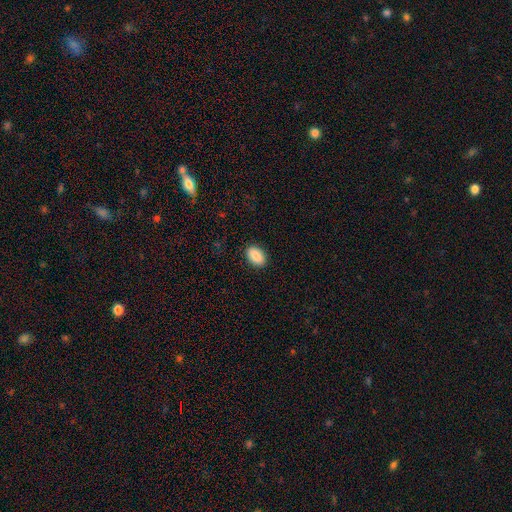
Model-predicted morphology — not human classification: type=smooth (89%); roundness=in between (90%); merging=none (90%).